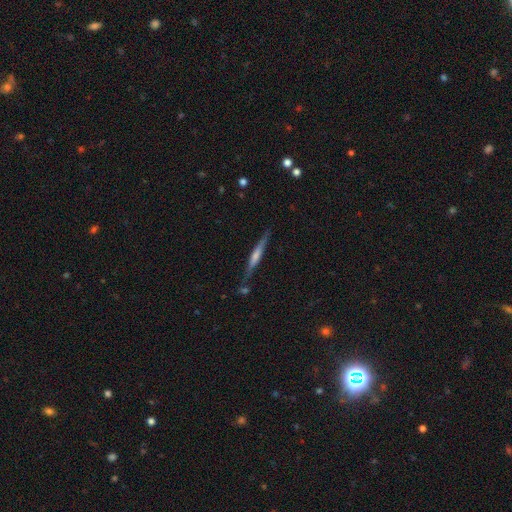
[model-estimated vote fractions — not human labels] Smooth or featured? Predicted: featured or disk (p=0.72). Edge-on disk? Predicted: yes (p=0.97). Edge-on bulge? Predicted: rounded (p=0.55). Merging? Predicted: none (p=0.85).